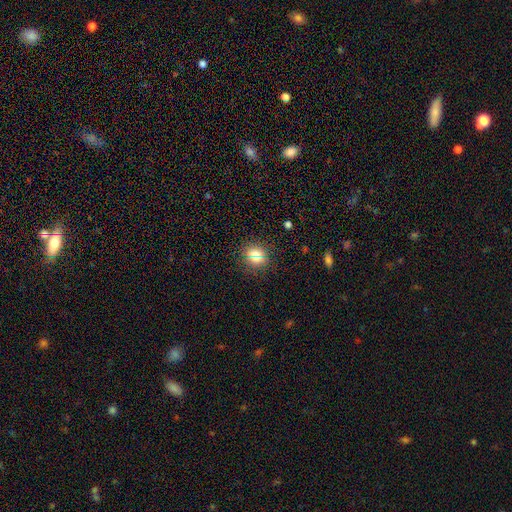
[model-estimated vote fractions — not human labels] This appears to be a smooth galaxy with no disk features (70%) that is round (84%). Merging: none (84%).